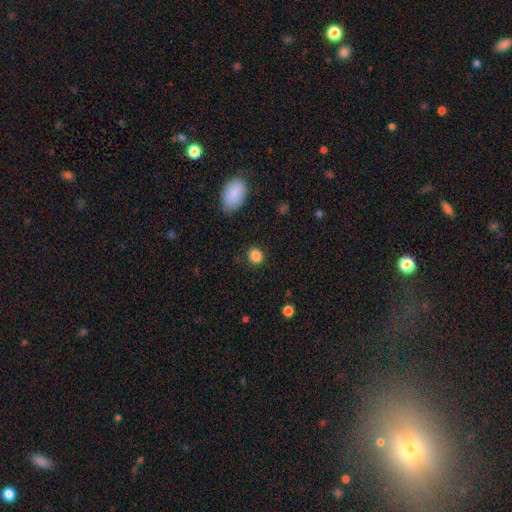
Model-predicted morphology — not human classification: A smooth galaxy with no disk features (86%) that is round (70%). Merging: none (86%).